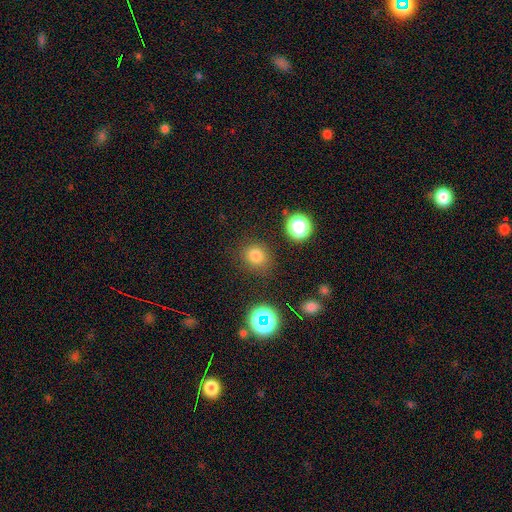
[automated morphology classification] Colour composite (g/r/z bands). It shows a smooth galaxy with no disk features (77%) that is round (82%). Merging: none (84%).